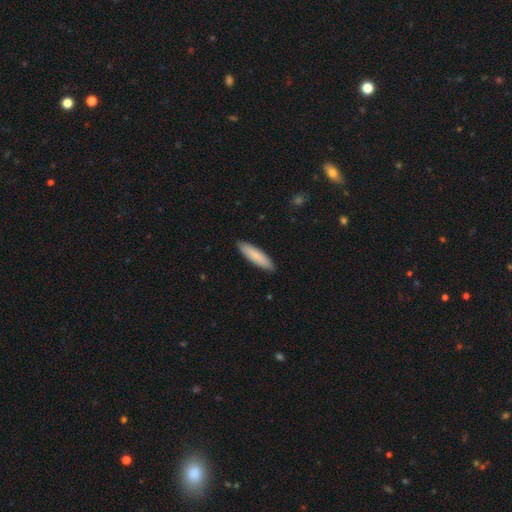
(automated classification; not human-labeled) smooth 86%, featured or disk 9%, star or artifact 5%. Down the decision tree: how rounded — cigar-shaped (74%); merging — none (90%).